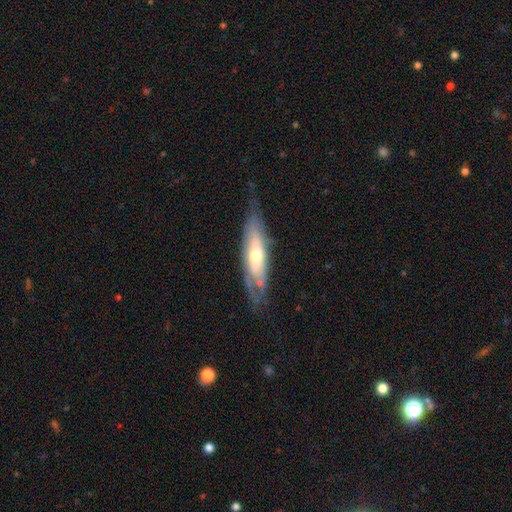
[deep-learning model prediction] smooth-or-featured: featured or disk: 61% | smooth: 33% | star or artifact: 6%
  disk-edge-on: no: 55% | yes: 45%
  merging: none: 60% | minor disturbance: 26% | major disturbance: 12% | merger: 2%